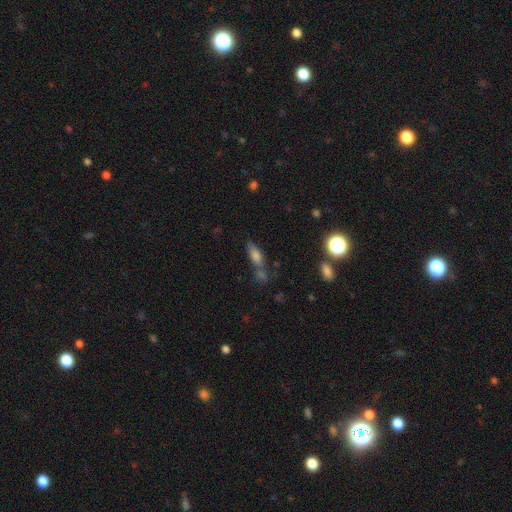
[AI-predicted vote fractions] smooth_or_featured: smooth (p=0.69) [alt: featured or disk p=0.17]
how_rounded: in between (p=0.63) [alt: cigar-shaped p=0.31]
merging: none (p=0.49) [alt: merger p=0.29]